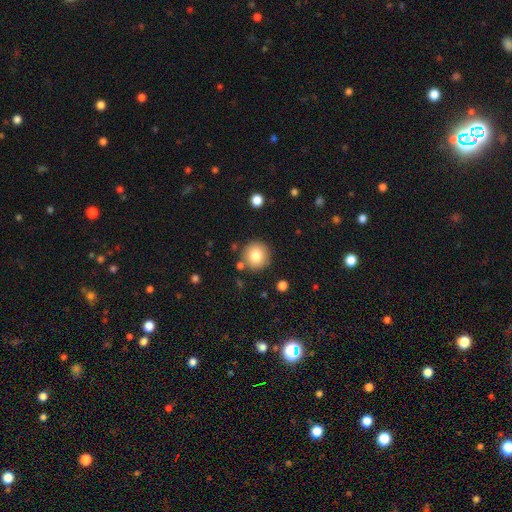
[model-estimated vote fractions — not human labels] smooth 79%, featured or disk 10%, star or artifact 10%. Down the decision tree: how rounded — round (94%); merging — none (84%).